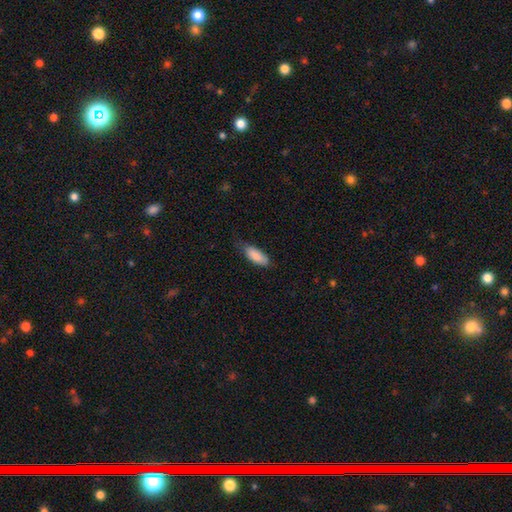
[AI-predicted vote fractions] A smooth galaxy with no disk features (87%) that is in between round and cigar-shaped (77%). Merging: none (62%).